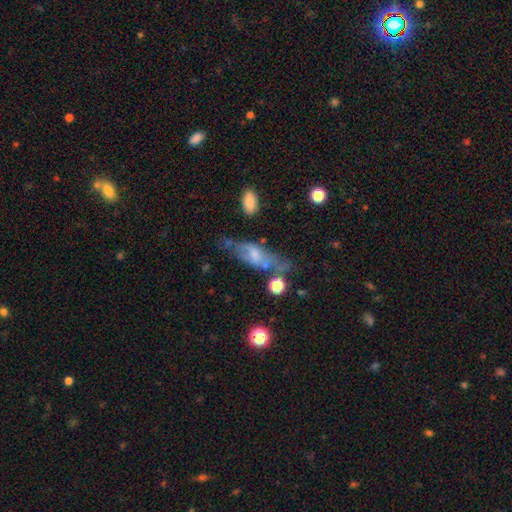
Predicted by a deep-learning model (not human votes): featured or disk 47%, smooth 43%, star or artifact 10%. Down the decision tree: merging — none (42%).